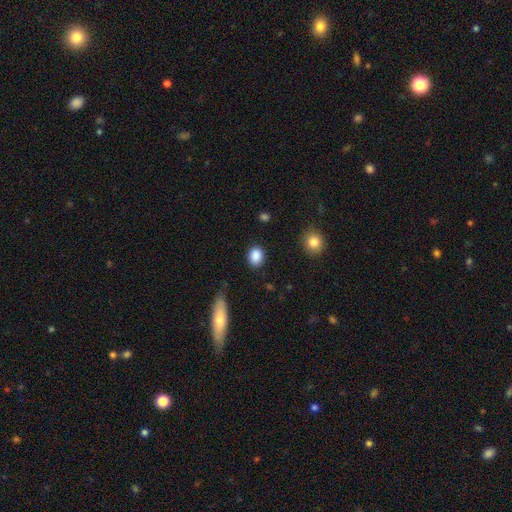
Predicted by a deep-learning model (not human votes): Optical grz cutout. It shows a smooth galaxy with no disk features (88%) that is in between round and cigar-shaped (53%). Merging: none (84%).